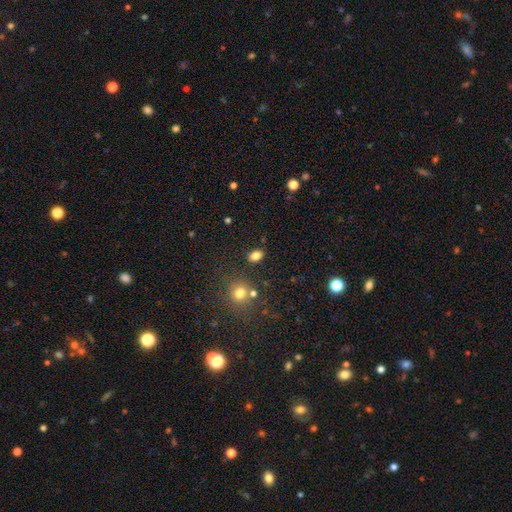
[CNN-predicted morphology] smooth 82%, star or artifact 12%, featured or disk 6%. Down the decision tree: how rounded — in between (74%); merging — none (83%).